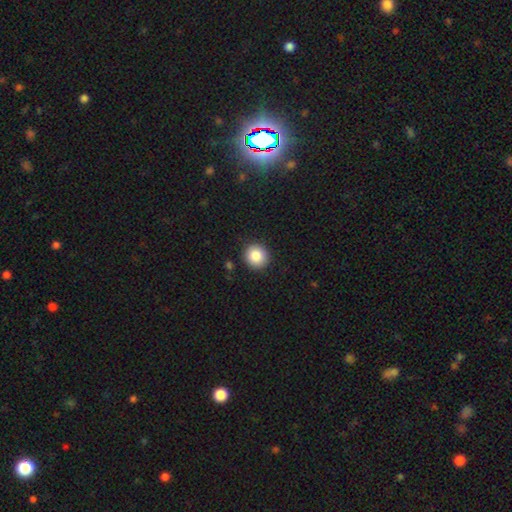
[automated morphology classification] Smooth or featured: smooth — 87% (star or artifact — 9%)
How rounded: round — 89% (in between — 10%)
Merging: none — 90% (minor disturbance — 7%)